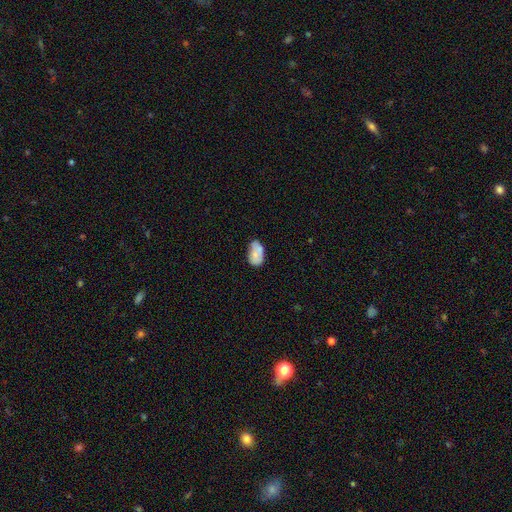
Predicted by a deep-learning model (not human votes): Overall: smooth (69%). How rounded: in between (92%). Merging: none (51%; minor disturbance 29%).